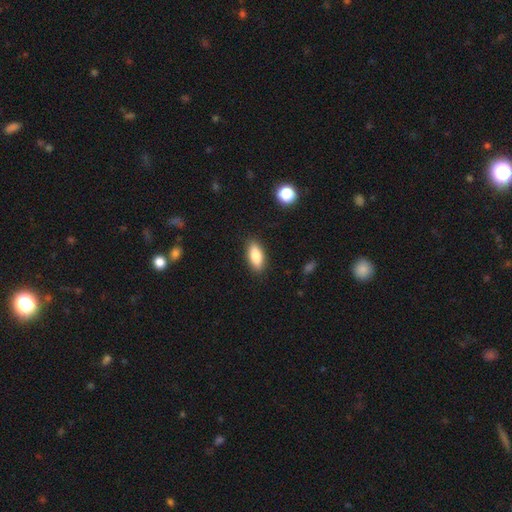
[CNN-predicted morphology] Smooth or featured? smooth (82%)
How rounded? in between (80%)
Merging? none (88%)